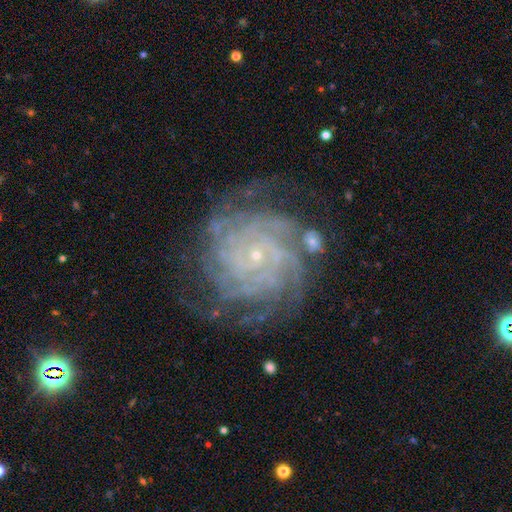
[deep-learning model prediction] A featured or disk galaxy (88%) with no bar (76%), 4 (28%) tight (80%) spiral arms (97%) and a small central bulge (88%).

Vote fractions:
- Smooth or featured? featured or disk: 88% / star or artifact: 7% / smooth: 5%
- Edge-on disk? no: 98% / yes: 2%
- Bar? no: 76% / weak: 18% / strong: 6%
- Spiral arms? yes: 97% / no: 3%
- Spiral winding? tight: 80% / medium: 17% / loose: 3%
- Spiral arm count? 4: 28% / more than 4: 26% / can't tell: 20% / 3: 11% / 2: 8% / 1: 7%
- Bulge size? small: 88% / moderate: 7% / none: 3% / large: 1% / dominant: 1%
- Merging? none: 70% / minor disturbance: 17% / major disturbance: 9% / merger: 3%